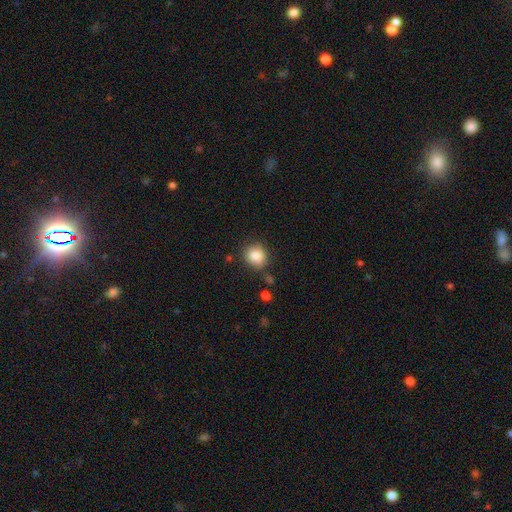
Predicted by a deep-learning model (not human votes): Smooth or featured: smooth — 86% (star or artifact — 9%)
How rounded: round — 84% (in between — 15%)
Merging: none — 81% (minor disturbance — 12%)